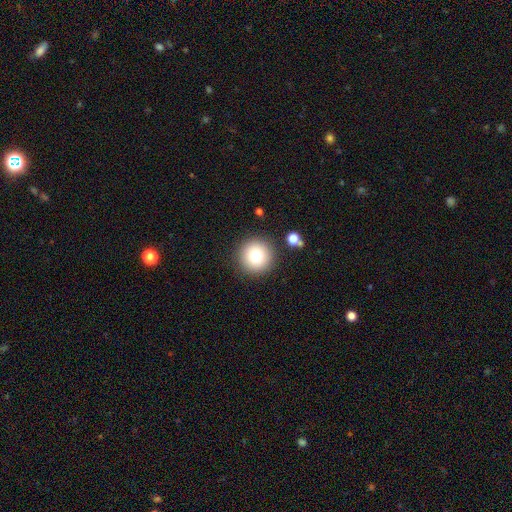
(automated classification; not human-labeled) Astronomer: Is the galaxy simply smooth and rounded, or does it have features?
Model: smooth — 78%.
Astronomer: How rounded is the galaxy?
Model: round — 96%.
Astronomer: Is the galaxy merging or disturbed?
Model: none — 89%.